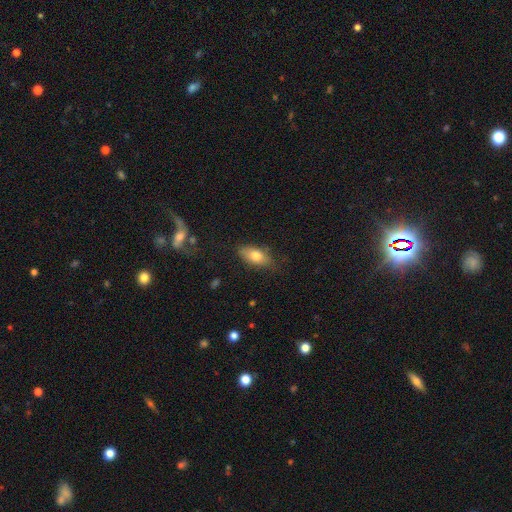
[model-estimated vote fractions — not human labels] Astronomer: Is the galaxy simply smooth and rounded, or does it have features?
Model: smooth — 75%.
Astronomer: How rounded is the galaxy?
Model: in between — 85%.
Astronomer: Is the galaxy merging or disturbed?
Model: none — 74%.